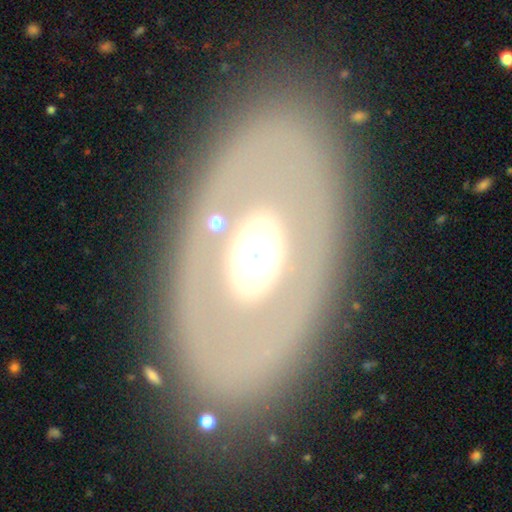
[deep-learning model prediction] A featured or disk galaxy (66%) with no bar (80%), no spiral arms (77%) and a moderate central bulge (65%).

Vote fractions:
- Smooth or featured? featured or disk: 66% / smooth: 26% / star or artifact: 8%
- Edge-on disk? no: 90% / yes: 10%
- Bar? no: 80% / weak: 13% / strong: 7%
- Spiral arms? no: 77% / yes: 23%
- Bulge size? moderate: 65% / large: 24% / small: 7% / dominant: 3% / none: 1%
- Merging? none: 86% / minor disturbance: 9% / major disturbance: 4% / merger: 1%